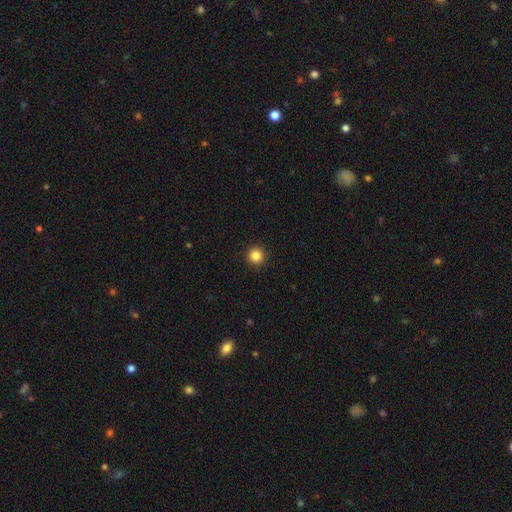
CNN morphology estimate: smooth-or-featured: smooth: 85% | star or artifact: 11% | featured or disk: 4%
  how-rounded: round: 96% | in between: 3% | cigar-shaped: 1%
  merging: none: 94% | minor disturbance: 4% | major disturbance: 1% | merger: 1%